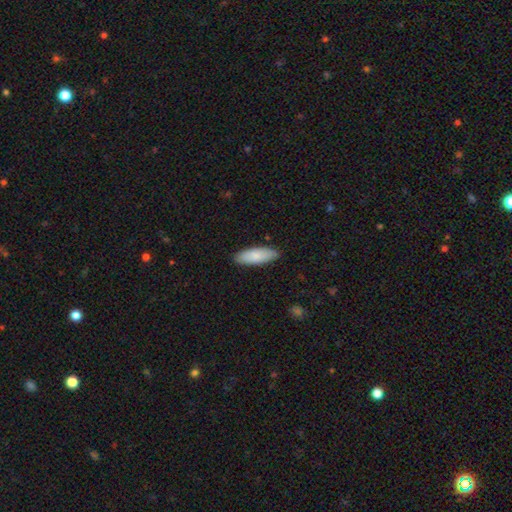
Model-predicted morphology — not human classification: This appears to be a smooth galaxy with no disk features (85%) that is in between round and cigar-shaped (65%). Merging: none (89%).